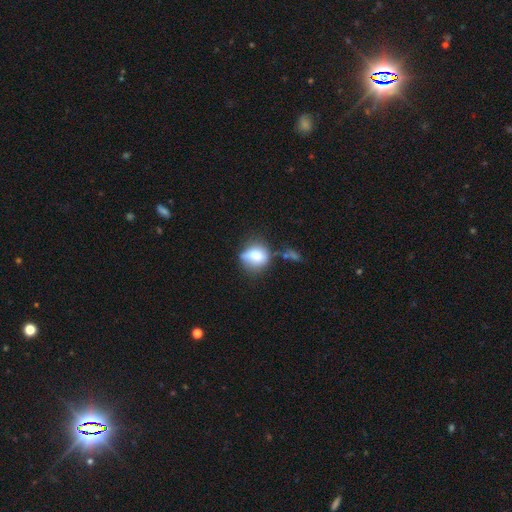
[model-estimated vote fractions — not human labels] Smooth or featured: smooth — 71% (featured or disk — 19%)
How rounded: round — 56% (in between — 41%)
Merging: none — 46% (minor disturbance — 27%)